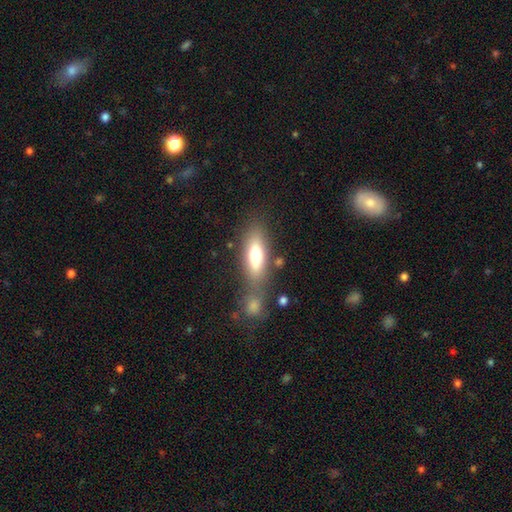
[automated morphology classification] A smooth galaxy with no disk features (66%) that is in between round and cigar-shaped (63%).

Vote fractions:
- Smooth or featured? smooth: 66% / featured or disk: 27% / star or artifact: 8%
- How rounded? in between: 63% / cigar-shaped: 34% / round: 3%
- Merging? none: 60% / merger: 20% / minor disturbance: 14% / major disturbance: 6%